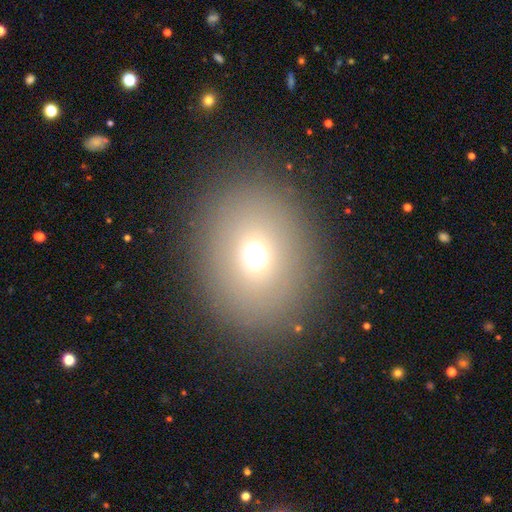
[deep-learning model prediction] This appears to be a smooth galaxy with no disk features (67%) that is round (57%). Merging: none (86%).